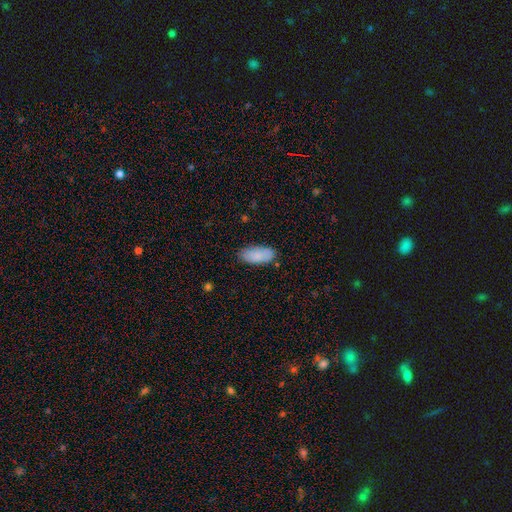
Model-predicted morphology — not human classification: Smooth or featured: smooth — 87% (featured or disk — 7%)
How rounded: in between — 90% (cigar-shaped — 8%)
Merging: none — 82% (minor disturbance — 14%)